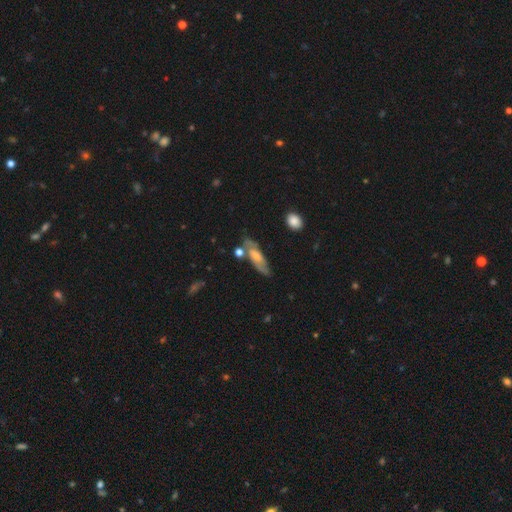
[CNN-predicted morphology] A featured or disk galaxy (55%).

Vote fractions:
- Smooth or featured? featured or disk: 55% / smooth: 38% / star or artifact: 7%
- Edge-on disk? no: 71% / yes: 29%
- Merging? none: 61% / minor disturbance: 21% / merger: 10% / major disturbance: 8%